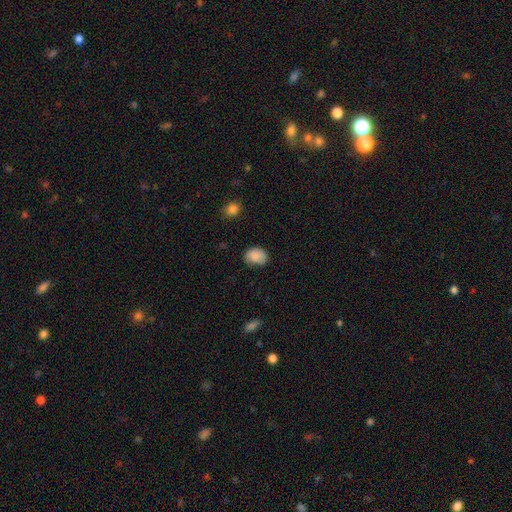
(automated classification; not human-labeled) A smooth galaxy with no disk features (86%) that is in between round and cigar-shaped (65%). Merging: none (68%).